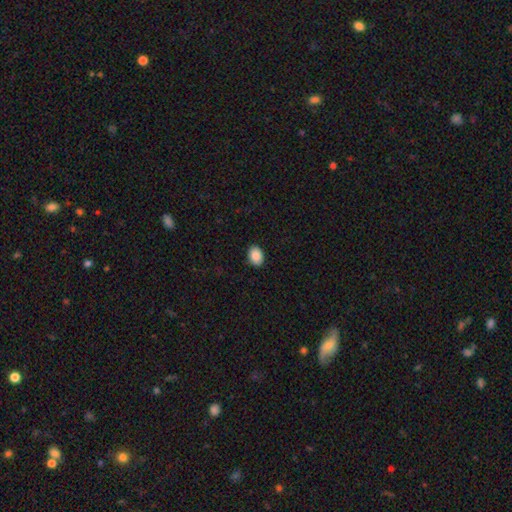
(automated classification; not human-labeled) A smooth galaxy with no disk features (89%) that is in between round and cigar-shaped (72%).

Vote fractions:
- Smooth or featured? smooth: 89% / star or artifact: 8% / featured or disk: 4%
- How rounded? in between: 72% / round: 27% / cigar-shaped: 1%
- Merging? none: 90% / minor disturbance: 7% / major disturbance: 2% / merger: 1%